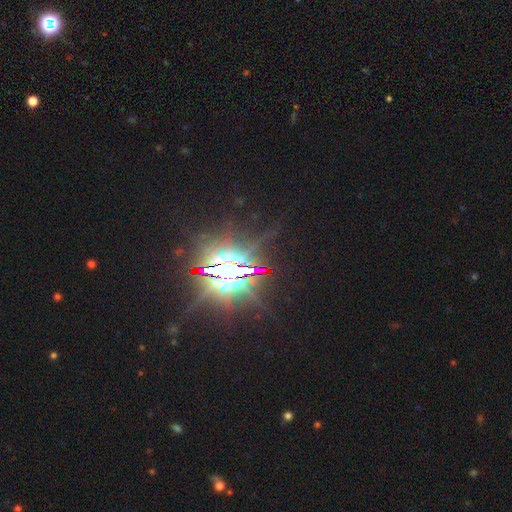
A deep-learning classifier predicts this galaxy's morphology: This is clearly a star or artifact rather than a galaxy (84%).